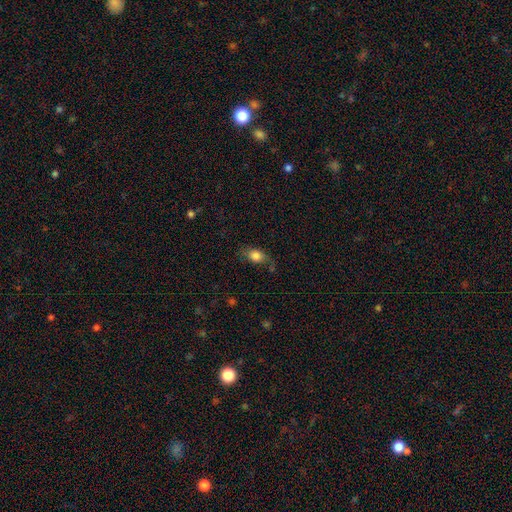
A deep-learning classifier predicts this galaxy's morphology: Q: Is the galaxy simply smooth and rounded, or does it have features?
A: smooth — 80%.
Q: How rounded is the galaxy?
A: in between — 73%.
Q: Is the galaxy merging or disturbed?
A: none — 61%.